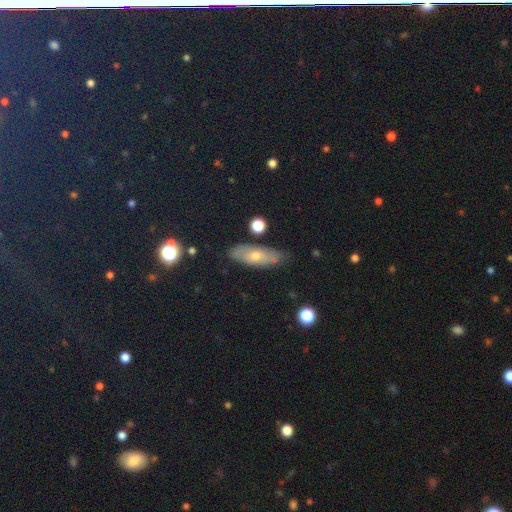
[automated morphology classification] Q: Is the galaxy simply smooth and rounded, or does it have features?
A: smooth — 47%.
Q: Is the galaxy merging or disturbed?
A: none — 78%.